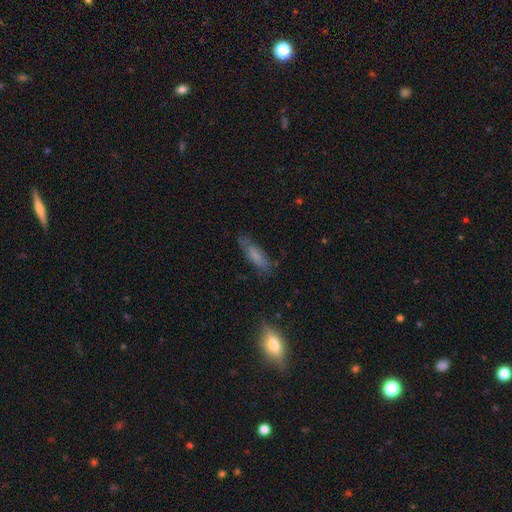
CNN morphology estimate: This appears to be a smooth galaxy with no disk features (64%) that is in between round and cigar-shaped (49%). Merging: none (66%).